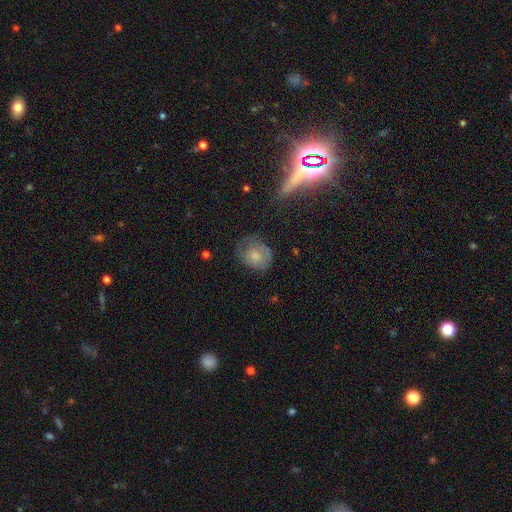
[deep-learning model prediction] smooth_or_featured: smooth (p=0.67) [alt: featured or disk p=0.24]
how_rounded: round (p=0.60) [alt: in between p=0.39]
merging: none (p=0.57) [alt: minor disturbance p=0.28]